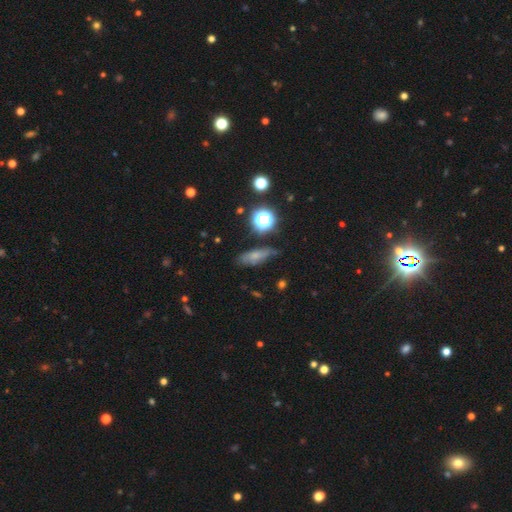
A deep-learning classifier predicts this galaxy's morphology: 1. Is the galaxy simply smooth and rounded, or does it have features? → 55% smooth, 26% featured or disk, 19% star or artifact.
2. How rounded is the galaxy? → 58% in between, 30% cigar-shaped, 12% round.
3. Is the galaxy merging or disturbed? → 63% none, 26% minor disturbance, 8% major disturbance, 3% merger.